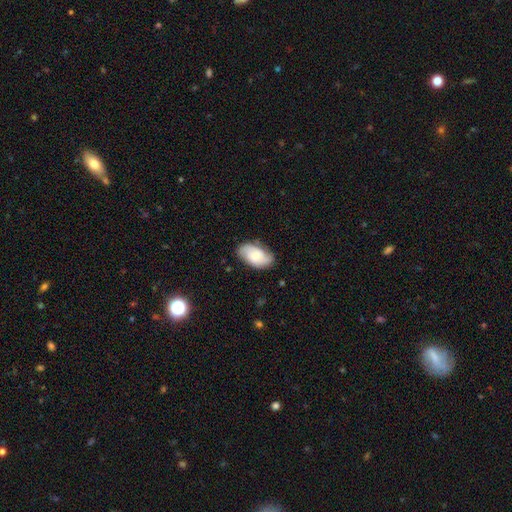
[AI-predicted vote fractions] Overall: smooth (48%; featured or disk 45%). Merging: none (76%).